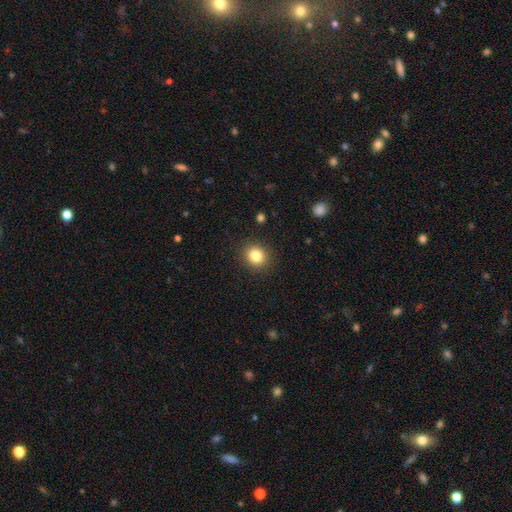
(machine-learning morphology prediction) Overall: smooth (83%). How rounded: round (76%). Merging: none (90%).